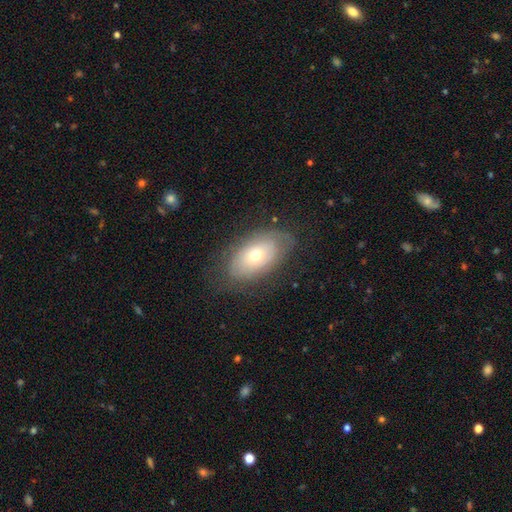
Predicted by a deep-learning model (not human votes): Overall: smooth (49%; featured or disk 43%). Merging: none (74%).